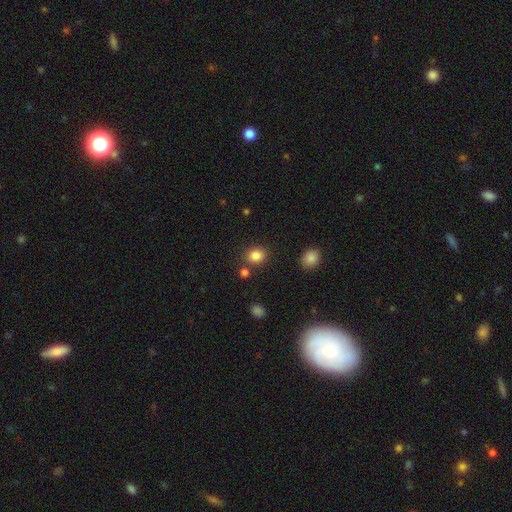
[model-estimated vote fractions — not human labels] Smooth or featured: smooth — 84% (star or artifact — 11%)
How rounded: round — 65% (in between — 34%)
Merging: none — 80% (minor disturbance — 9%)